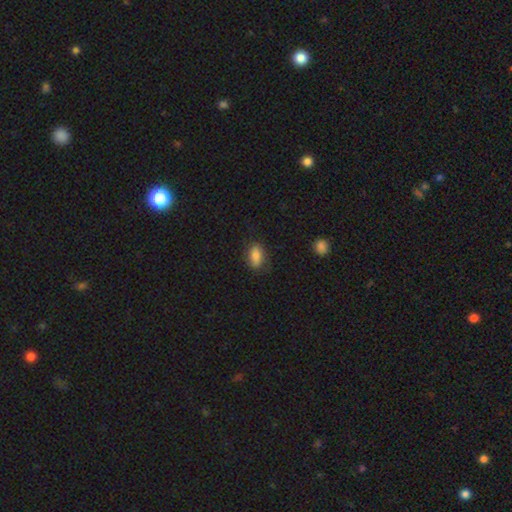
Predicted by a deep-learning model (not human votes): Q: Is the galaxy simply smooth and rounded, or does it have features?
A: smooth — 84%.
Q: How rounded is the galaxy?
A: in between — 87%.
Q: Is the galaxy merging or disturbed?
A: none — 79%.